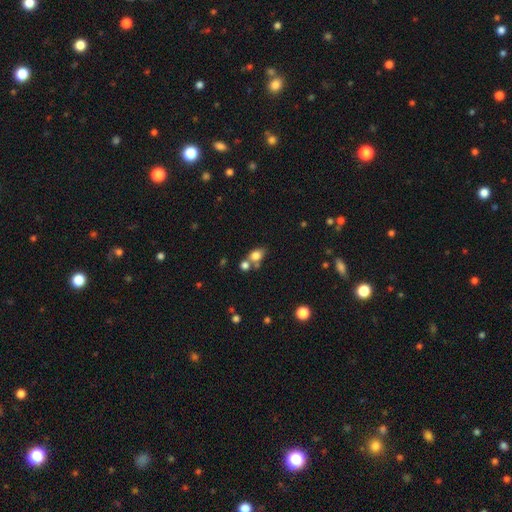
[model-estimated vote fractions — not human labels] Smooth or featured? Predicted: smooth (p=0.78). How rounded? Predicted: in between (p=0.66). Merging? Predicted: none (p=0.50).